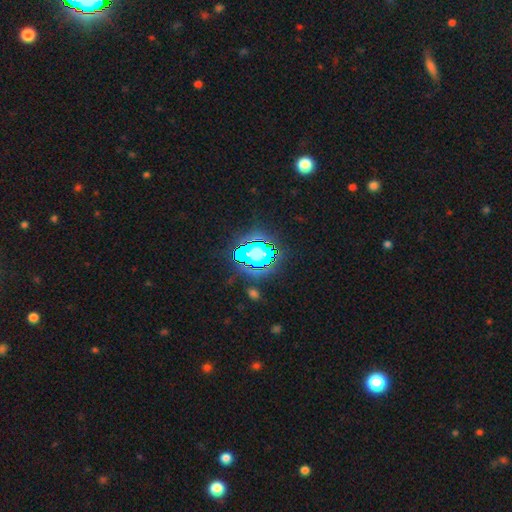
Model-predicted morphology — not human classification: star or artifact 69%, smooth 18%, featured or disk 12%.